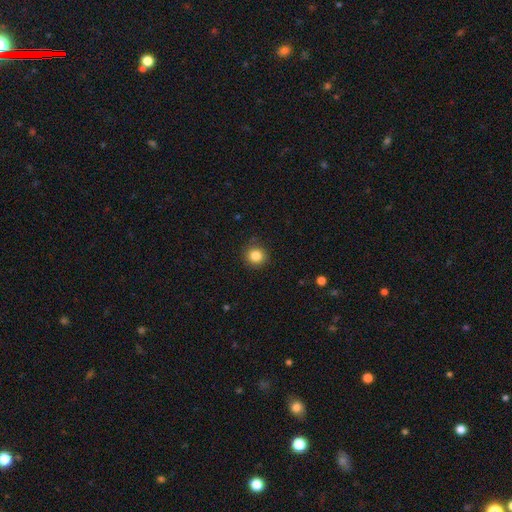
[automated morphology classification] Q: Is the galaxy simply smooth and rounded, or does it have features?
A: smooth — 85%.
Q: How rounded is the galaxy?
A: round — 92%.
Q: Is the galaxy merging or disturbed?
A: none — 89%.